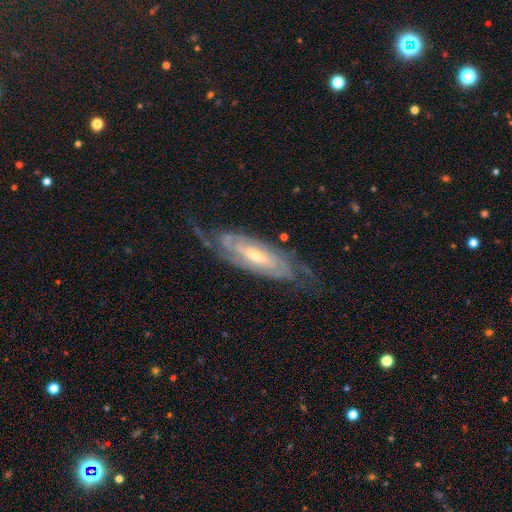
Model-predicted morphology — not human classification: The model was most divided on "bulge size": moderate: 49%, small: 45%, large: 3%, none: 2%, dominant: 1%. Remaining: spiral arms — yes (96%); smooth or featured — featured or disk (87%); edge-on disk — no (85%); merging — none (71%); spiral winding — tight (65%); bar — weak (41%); spiral arm count — 2 (38%).